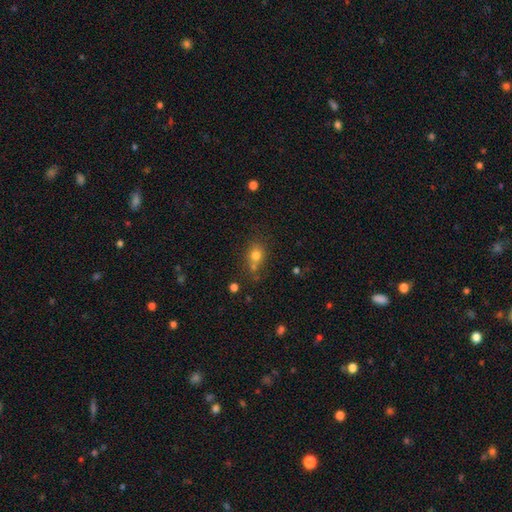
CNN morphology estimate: A smooth galaxy with no disk features (75%) that is round (59%). Merging: none (57%).